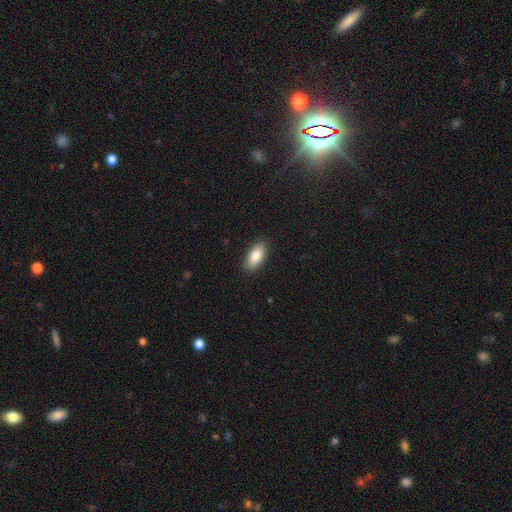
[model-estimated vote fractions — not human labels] Overall: smooth (85%). How rounded: in between (91%). Merging: none (88%).